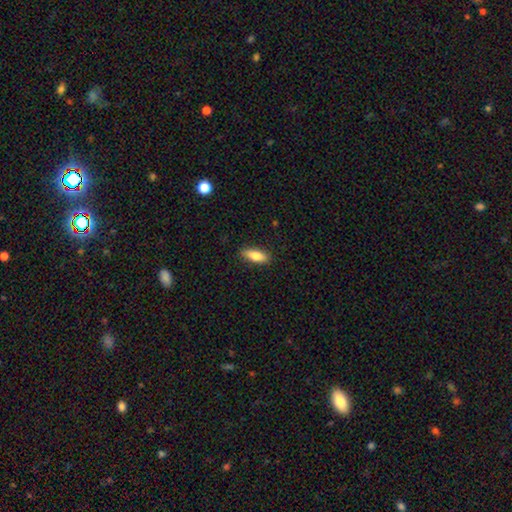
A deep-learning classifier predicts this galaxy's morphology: Smooth or featured? Predicted: smooth (p=0.79). How rounded? Predicted: in between (p=0.68). Merging? Predicted: none (p=0.87).